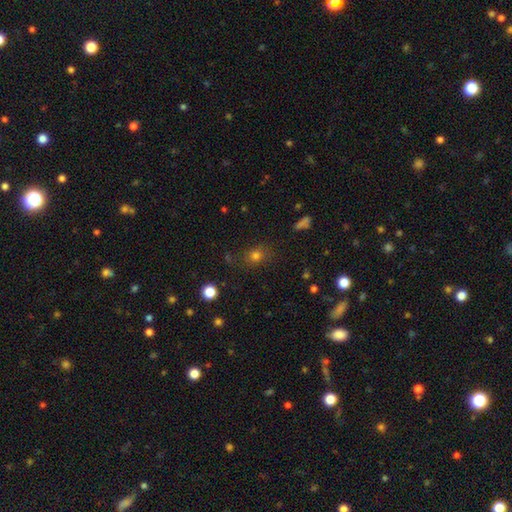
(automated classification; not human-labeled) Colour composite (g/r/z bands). It shows a smooth galaxy with no disk features (72%) that is round (66%). Merging: none (77%).